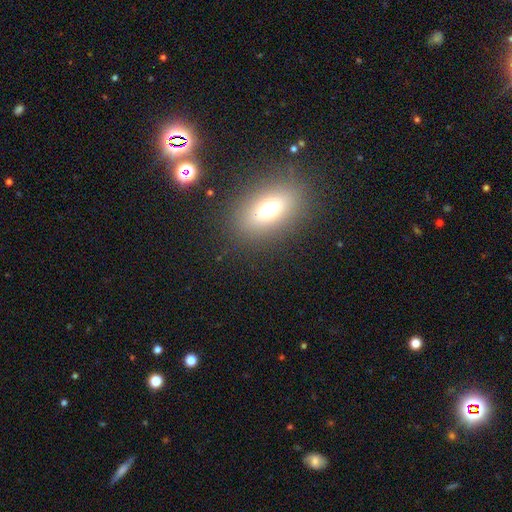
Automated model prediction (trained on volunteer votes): smooth_or_featured: smooth (p=0.61) [alt: star or artifact p=0.22]
how_rounded: in between (p=0.76) [alt: round p=0.16]
merging: none (p=0.85) [alt: minor disturbance p=0.09]